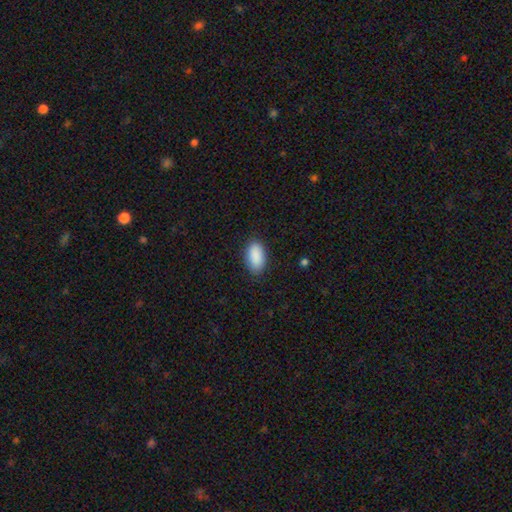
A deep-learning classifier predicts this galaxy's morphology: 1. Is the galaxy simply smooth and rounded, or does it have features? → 91% smooth, 6% star or artifact, 3% featured or disk.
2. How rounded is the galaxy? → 94% in between, 3% round, 3% cigar-shaped.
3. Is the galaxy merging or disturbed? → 85% none, 11% minor disturbance, 3% major disturbance, 1% merger.